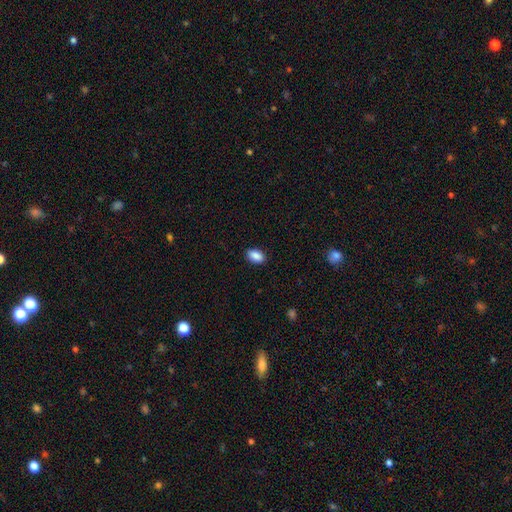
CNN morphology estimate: Smooth or featured? smooth (89%)
How rounded? in between (91%)
Merging? none (88%)